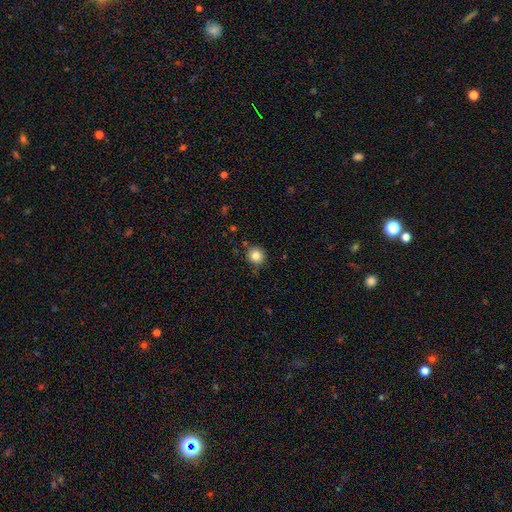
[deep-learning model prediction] Smooth or featured? Predicted: smooth (p=0.83). How rounded? Predicted: round (p=0.91). Merging? Predicted: none (p=0.83).